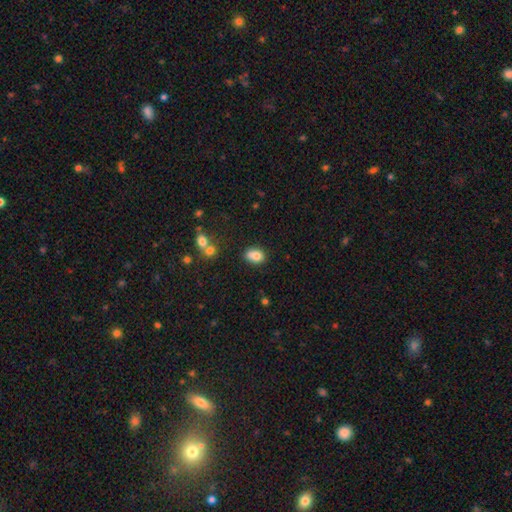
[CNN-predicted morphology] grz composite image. It shows a smooth galaxy with no disk features (79%) that is in between round and cigar-shaped (66%). Merging: none (55%).